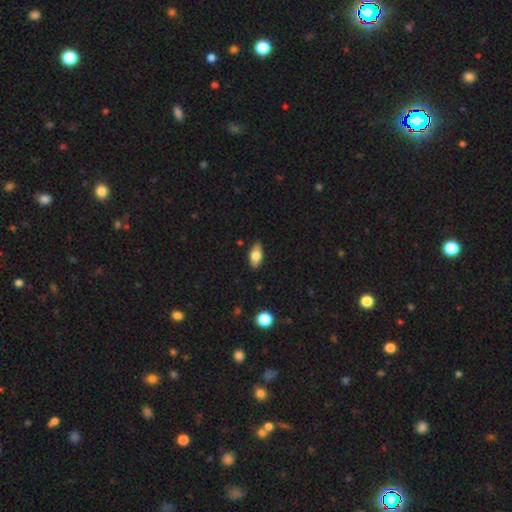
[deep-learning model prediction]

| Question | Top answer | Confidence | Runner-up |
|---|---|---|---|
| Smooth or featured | smooth | 75% | featured or disk (18%) |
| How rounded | in between | 88% | cigar-shaped (8%) |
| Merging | none | 87% | minor disturbance (10%) |